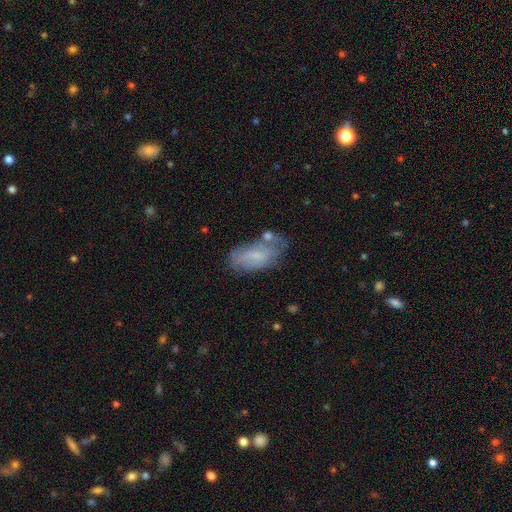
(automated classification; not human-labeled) Q: Smooth or featured?
A: smooth (57%); runner-up: featured or disk (35%)
Q: How rounded?
A: in between (87%); runner-up: cigar-shaped (10%)
Q: Merging?
A: none (51%); runner-up: minor disturbance (28%)